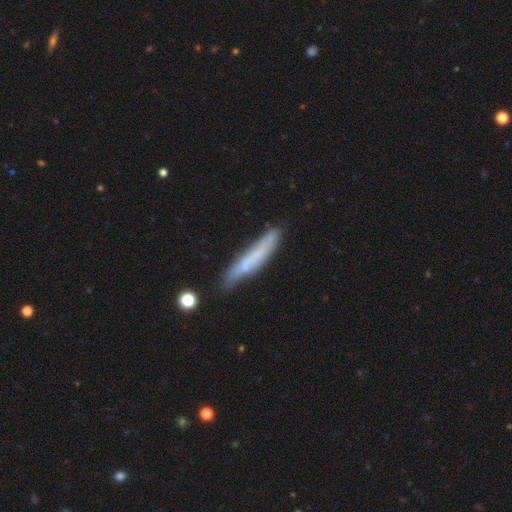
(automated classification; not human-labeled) This is possibly a smooth galaxy (59%). How rounded: clearly cigar-shaped (93%). Merging: likely none (74%).